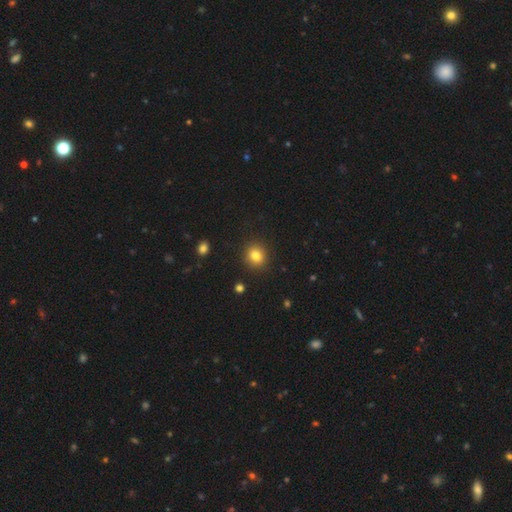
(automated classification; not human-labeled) This is clearly a smooth galaxy (82%). How rounded: clearly round (82%). Merging: clearly none (90%).